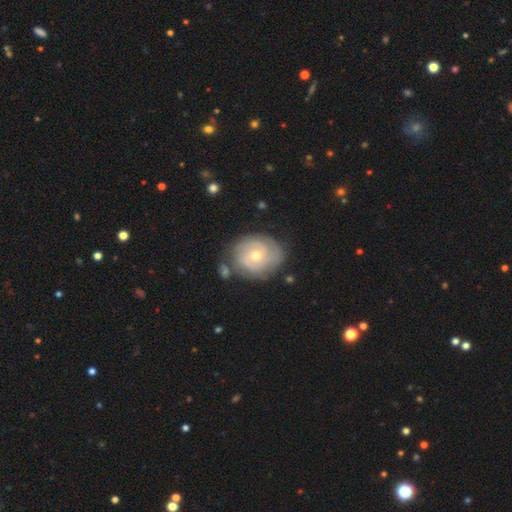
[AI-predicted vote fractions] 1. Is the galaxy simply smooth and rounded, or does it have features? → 70% featured or disk, 23% smooth, 7% star or artifact.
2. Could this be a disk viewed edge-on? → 97% no, 3% yes.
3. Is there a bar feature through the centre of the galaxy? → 71% no, 25% weak, 4% strong.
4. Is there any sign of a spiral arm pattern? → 87% yes, 13% no.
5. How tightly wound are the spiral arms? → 68% tight, 25% medium, 7% loose.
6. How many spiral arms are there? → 37% can't tell, 29% 2, 18% 3, 7% 4, 4% 1, 4% more than 4.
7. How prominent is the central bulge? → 49% moderate, 48% small, 1% large, 1% none, 1% dominant.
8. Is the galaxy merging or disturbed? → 73% none, 17% minor disturbance, 5% major disturbance, 5% merger.